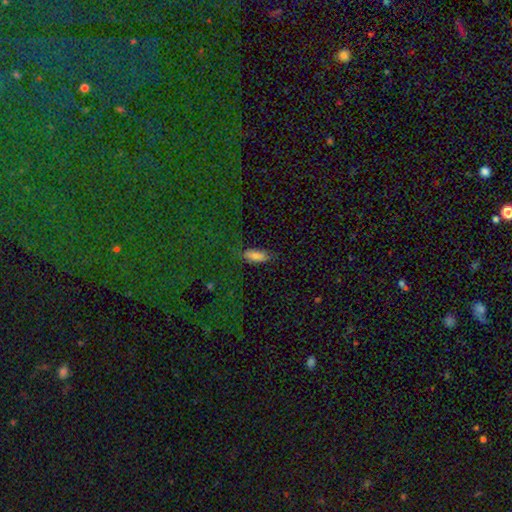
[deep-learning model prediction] Smooth or featured?
  - smooth: 74% *
  - featured or disk: 14%
  - star or artifact: 12%
How rounded?
  - in between: 74% *
  - cigar-shaped: 23%
  - round: 3%
Merging?
  - none: 75% *
  - minor disturbance: 18%
  - major disturbance: 5%
  - merger: 2%